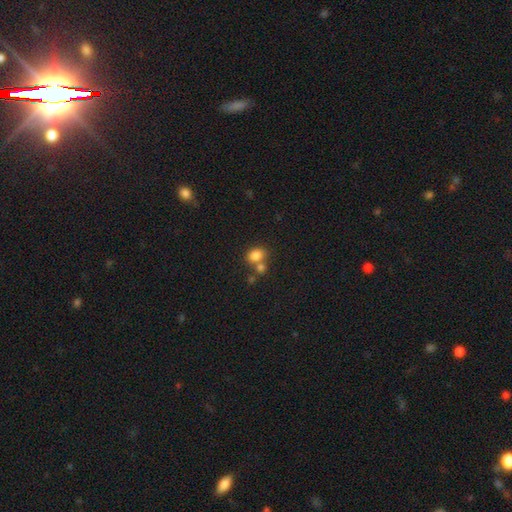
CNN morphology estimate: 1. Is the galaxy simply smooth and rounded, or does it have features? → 81% smooth, 11% star or artifact, 7% featured or disk.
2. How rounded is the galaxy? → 52% round, 47% in between, 1% cigar-shaped.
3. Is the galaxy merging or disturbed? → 52% none, 34% merger, 10% minor disturbance, 4% major disturbance.